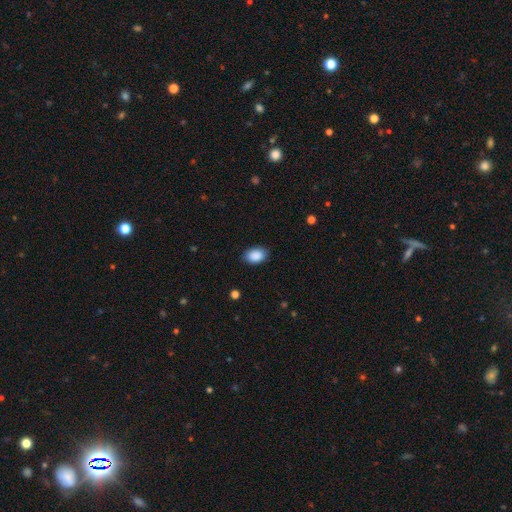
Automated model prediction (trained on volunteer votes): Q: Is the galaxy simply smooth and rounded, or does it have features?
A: smooth — 90%.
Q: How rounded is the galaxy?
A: in between — 84%.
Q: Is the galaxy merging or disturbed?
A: none — 86%.